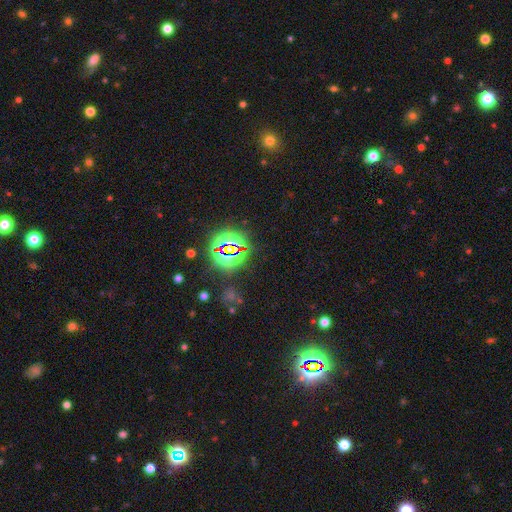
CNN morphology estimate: Q: Smooth or featured?
A: star or artifact (82%); runner-up: smooth (11%)